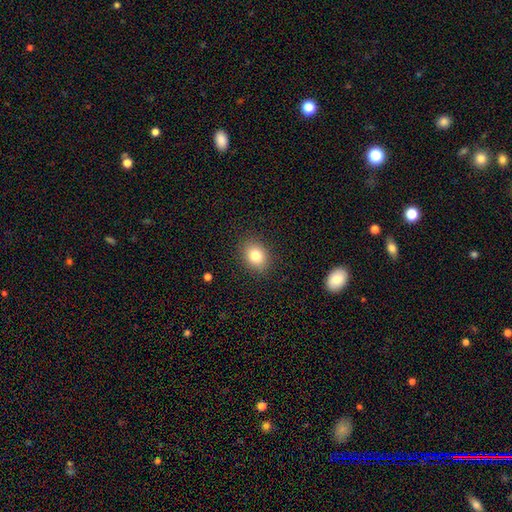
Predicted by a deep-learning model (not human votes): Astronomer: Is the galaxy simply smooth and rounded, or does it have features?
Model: smooth — 81%.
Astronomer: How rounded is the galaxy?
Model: in between — 51% (runner-up: round, 48%).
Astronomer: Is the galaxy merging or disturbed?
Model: none — 88%.